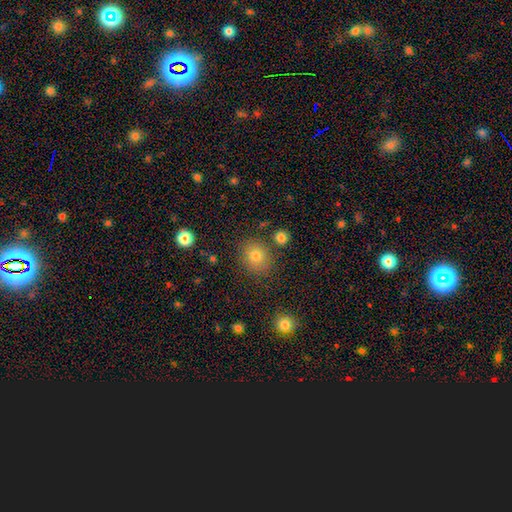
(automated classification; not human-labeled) This appears to be a smooth galaxy with no disk features (79%) that is round (75%). Merging: none (83%).